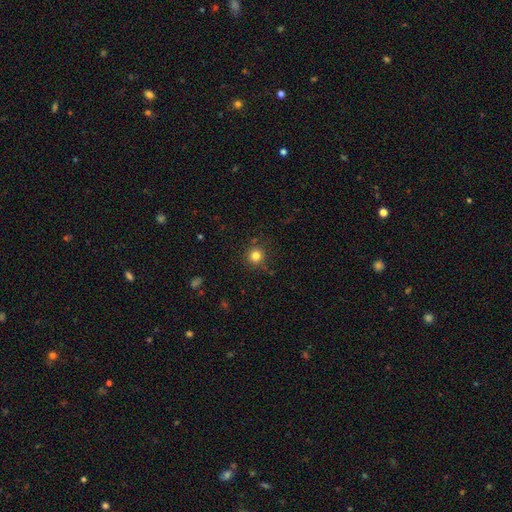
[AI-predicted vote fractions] Q: Smooth or featured?
A: smooth (81%); runner-up: star or artifact (13%)
Q: How rounded?
A: round (94%); runner-up: in between (5%)
Q: Merging?
A: none (86%); runner-up: minor disturbance (8%)